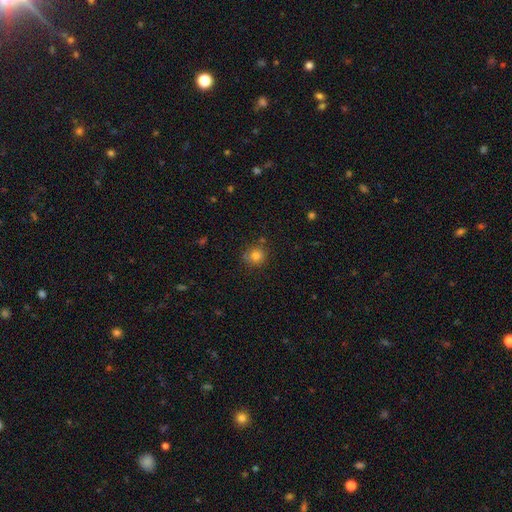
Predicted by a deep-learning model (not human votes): The model was most divided on "merging": none: 80%, minor disturbance: 13%, merger: 5%, major disturbance: 3%. More confident: how rounded — round (88%); smooth or featured — smooth (80%).